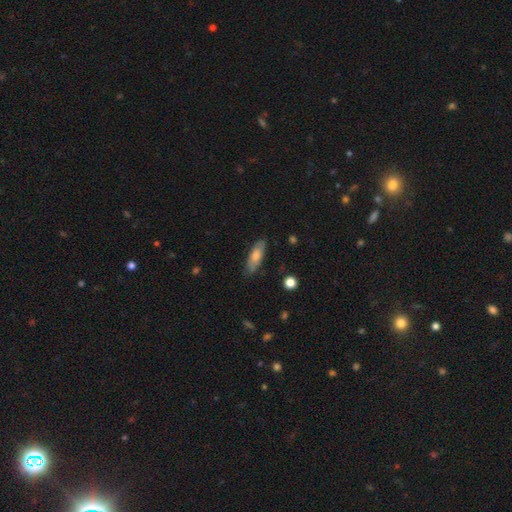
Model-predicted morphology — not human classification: This is likely a smooth galaxy (65%). How rounded: possibly in between (57%). Merging: clearly none (82%).